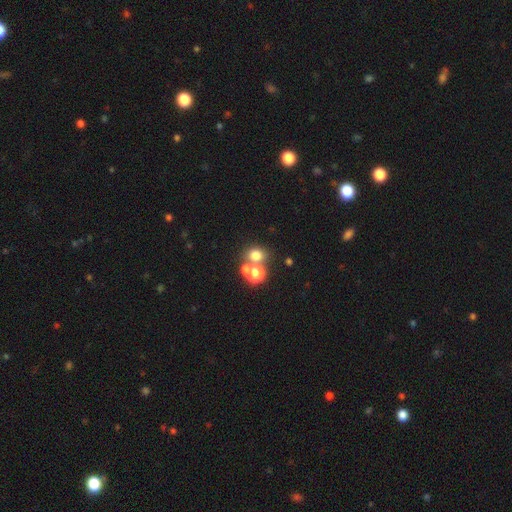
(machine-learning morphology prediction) This appears to be a smooth galaxy with no disk features (68%) that is round (70%). Merging: none (54%).